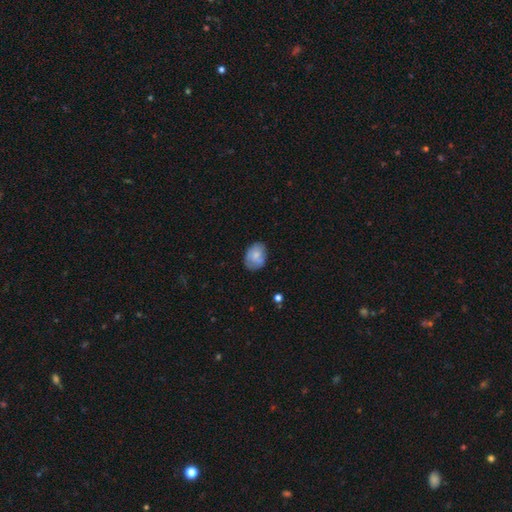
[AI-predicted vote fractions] smooth-or-featured: smooth: 73% | featured or disk: 20% | star or artifact: 7%
  how-rounded: in between: 74% | round: 25% | cigar-shaped: 1%
  merging: none: 66% | minor disturbance: 26% | major disturbance: 6% | merger: 2%